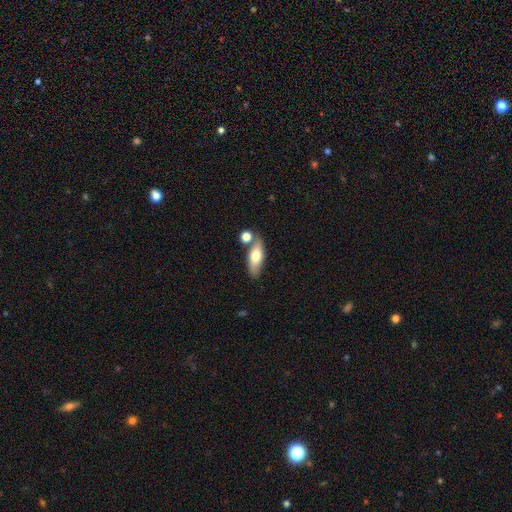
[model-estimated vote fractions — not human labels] smooth-or-featured: smooth: 67% | featured or disk: 27% | star or artifact: 6%
  how-rounded: in between: 67% | cigar-shaped: 29% | round: 4%
  merging: none: 64% | merger: 19% | minor disturbance: 13% | major disturbance: 4%